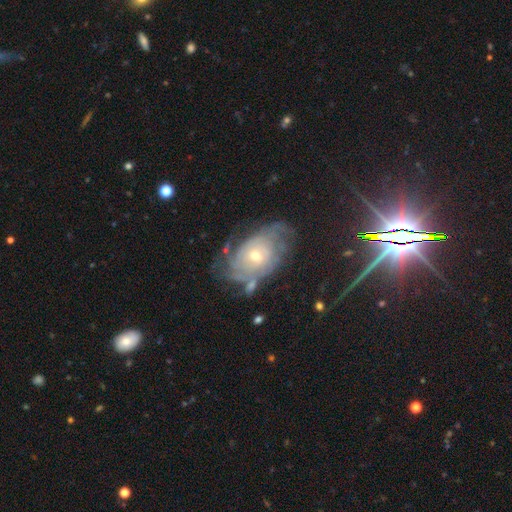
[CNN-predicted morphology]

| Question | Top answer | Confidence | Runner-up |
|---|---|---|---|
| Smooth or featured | featured or disk | 81% | smooth (11%) |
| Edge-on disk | no | 96% | yes (4%) |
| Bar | no | 76% | weak (20%) |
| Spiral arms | yes | 90% | no (10%) |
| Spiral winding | tight | 68% | medium (23%) |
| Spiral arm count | can't tell | 50% | 2 (14%) |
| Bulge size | small | 53% | moderate (43%) |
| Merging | none | 61% | minor disturbance (22%) |